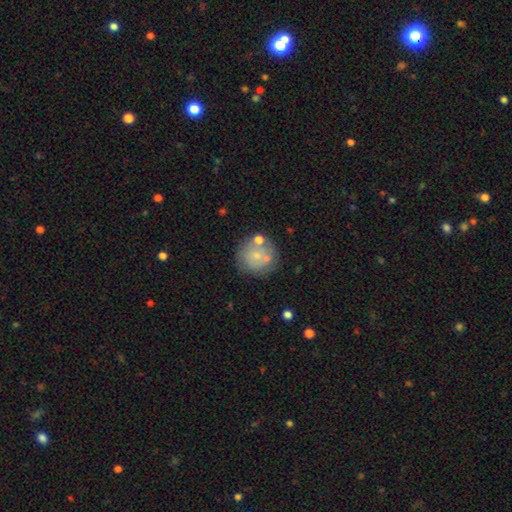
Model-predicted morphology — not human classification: Q: Smooth or featured?
A: smooth (64%); runner-up: featured or disk (26%)
Q: How rounded?
A: round (92%); runner-up: in between (7%)
Q: Merging?
A: none (65%); runner-up: minor disturbance (14%)